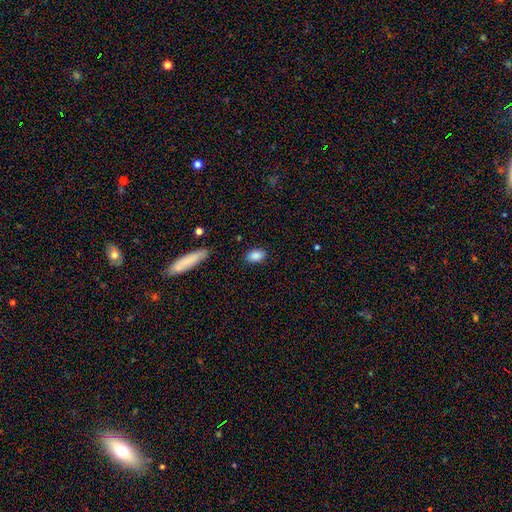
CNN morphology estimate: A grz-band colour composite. It shows a smooth galaxy with no disk features (87%) that is in between round and cigar-shaped (88%). Merging: none (86%).